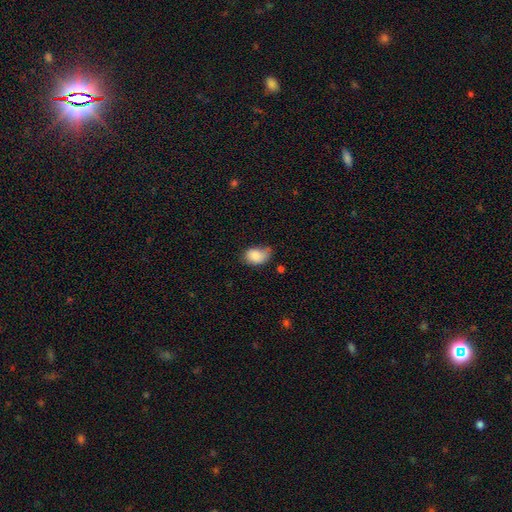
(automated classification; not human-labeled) Smooth or featured? Predicted: smooth (p=0.81). How rounded? Predicted: in between (p=0.77). Merging? Predicted: minor disturbance (p=0.41).